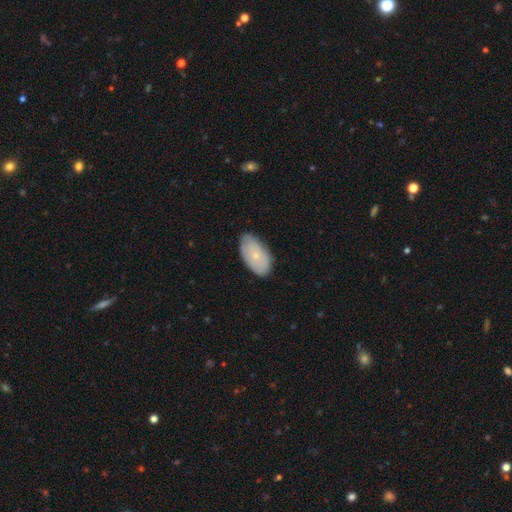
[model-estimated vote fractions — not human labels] Overall: smooth (67%). How rounded: in between (94%). Merging: none (78%).